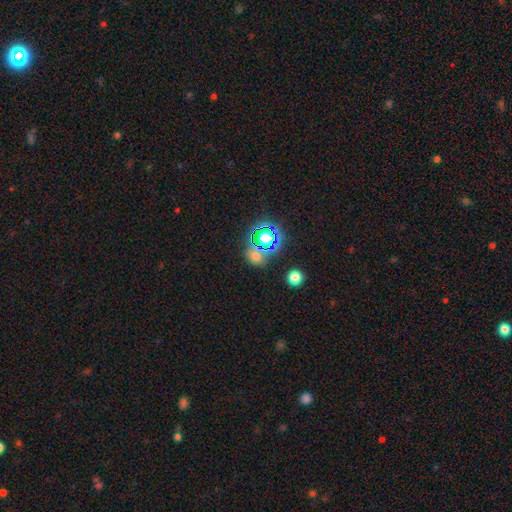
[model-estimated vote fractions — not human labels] The model was most divided on "smooth or featured": smooth: 50%, star or artifact: 42%, featured or disk: 8%. More confident: merging — none (70%); how rounded — round (65%).